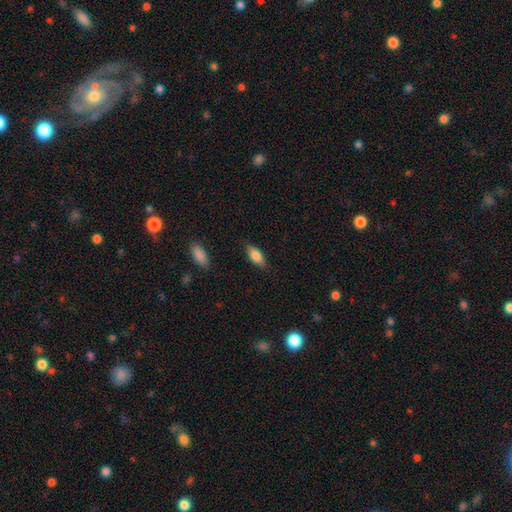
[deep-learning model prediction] Smooth or featured? smooth (77%)
How rounded? in between (80%)
Merging? none (83%)